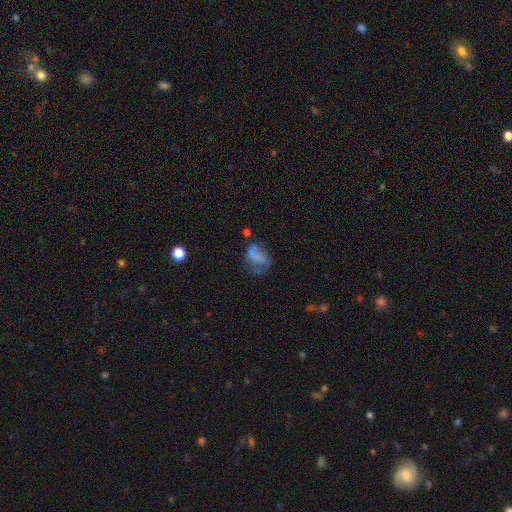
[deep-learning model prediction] Smooth or featured?
  - smooth: 57% *
  - featured or disk: 30%
  - star or artifact: 13%
How rounded?
  - in between: 77% *
  - round: 20%
  - cigar-shaped: 3%
Merging?
  - none: 33% *
  - major disturbance: 32%
  - minor disturbance: 26%
  - merger: 9%